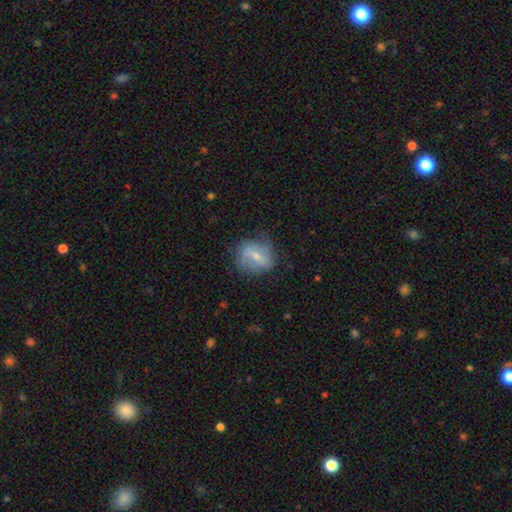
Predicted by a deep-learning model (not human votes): This is possibly a featured or disk galaxy (53%). It is clearly not viewed edge-on (94%). Merging: likely none (63%).